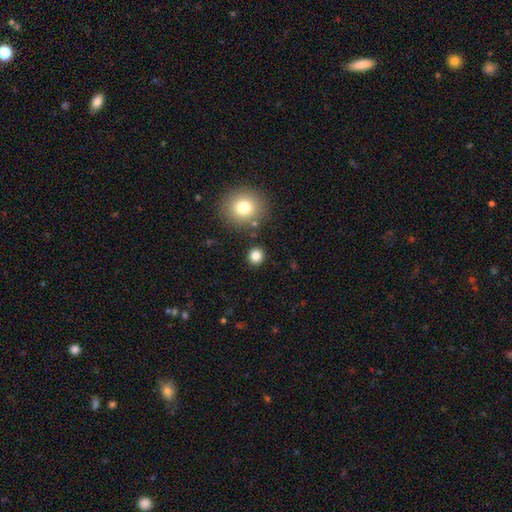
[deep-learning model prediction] smooth-or-featured: smooth: 83% | star or artifact: 12% | featured or disk: 5%
  how-rounded: round: 88% | in between: 11% | cigar-shaped: 1%
  merging: none: 87% | minor disturbance: 7% | merger: 4% | major disturbance: 3%